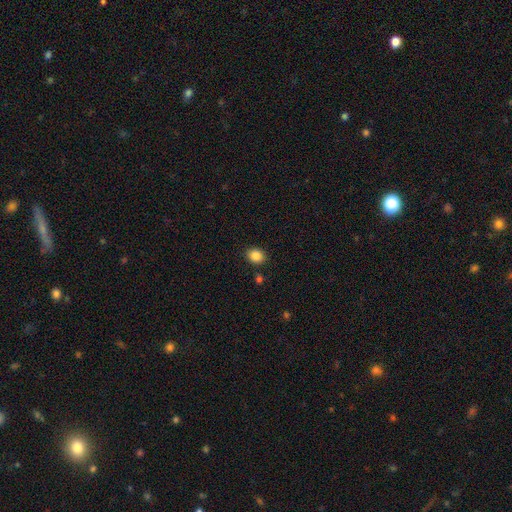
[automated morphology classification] This appears to be a smooth galaxy with no disk features (87%) that is round (57%). Merging: none (88%).